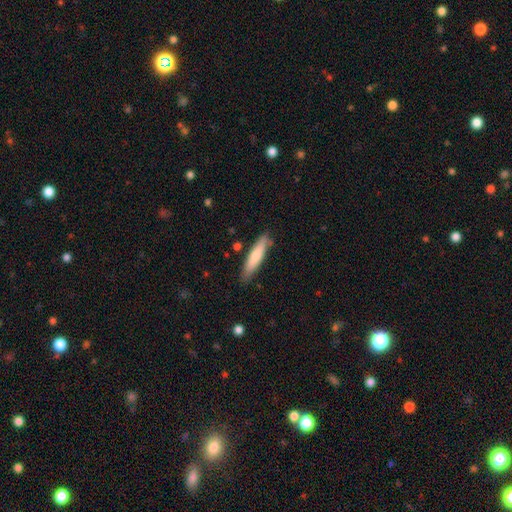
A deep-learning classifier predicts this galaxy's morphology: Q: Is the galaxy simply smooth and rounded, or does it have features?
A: smooth — 73%.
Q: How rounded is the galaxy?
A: cigar-shaped — 82%.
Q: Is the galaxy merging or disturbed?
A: none — 82%.